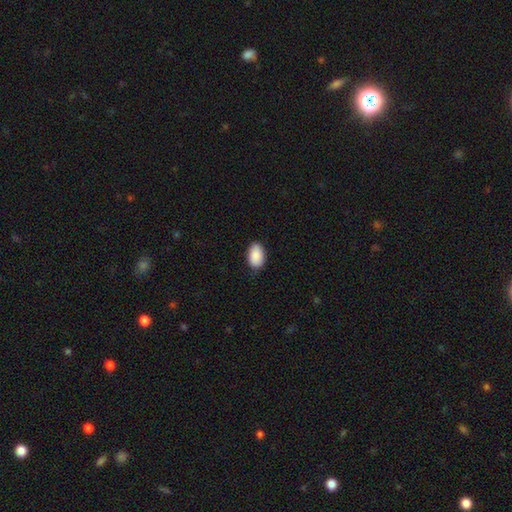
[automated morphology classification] A smooth galaxy with no disk features (90%) that is in between round and cigar-shaped (92%). Merging: none (82%).